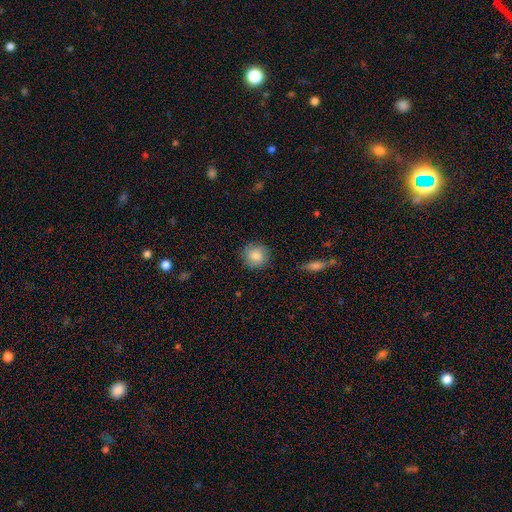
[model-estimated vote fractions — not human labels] Morphology: type=smooth (85%); roundness=round (89%); merging=none (85%).